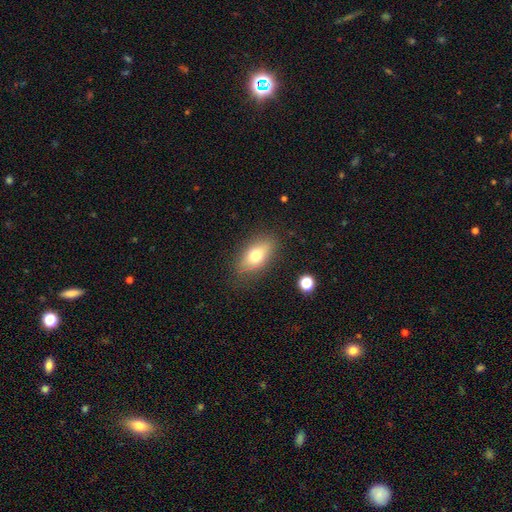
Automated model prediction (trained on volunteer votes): Morphology: type=smooth (70%); roundness=in between (84%); merging=none (81%).